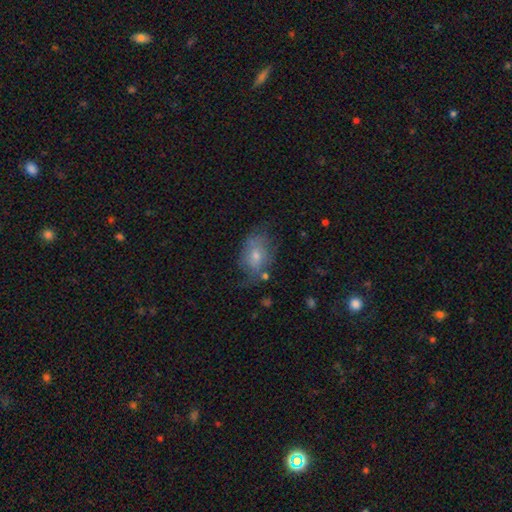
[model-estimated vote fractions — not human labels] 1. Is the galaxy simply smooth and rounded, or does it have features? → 54% smooth, 35% featured or disk, 11% star or artifact.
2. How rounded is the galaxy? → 75% in between, 24% round, 2% cigar-shaped.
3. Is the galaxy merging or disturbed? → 51% none, 28% minor disturbance, 17% major disturbance, 4% merger.